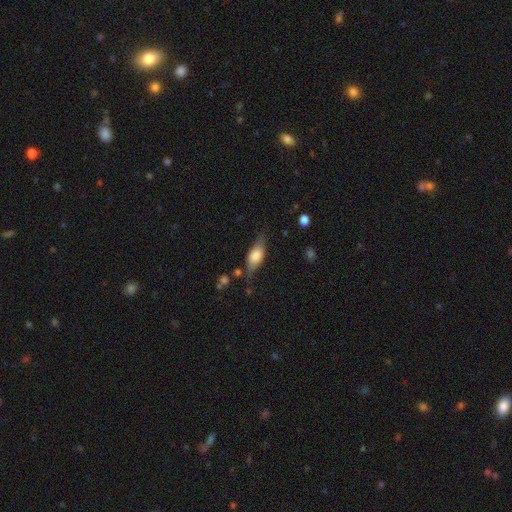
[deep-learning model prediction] Smooth or featured? Predicted: smooth (p=0.62). How rounded? Predicted: in between (p=0.75). Merging? Predicted: none (p=0.64).